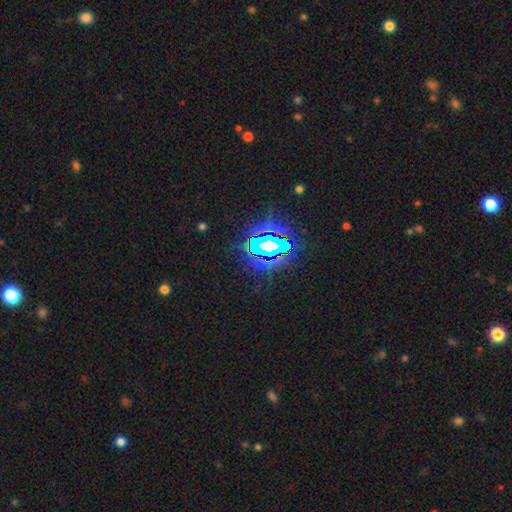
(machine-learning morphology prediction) star or artifact 85%, smooth 8%, featured or disk 6%.